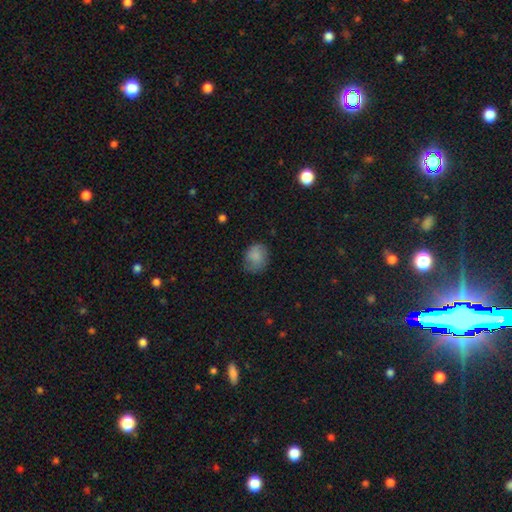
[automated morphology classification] The model was most divided on "how rounded": round: 56%, in between: 43%, cigar-shaped: 1%. More confident: smooth or featured — smooth (80%); merging — none (68%).